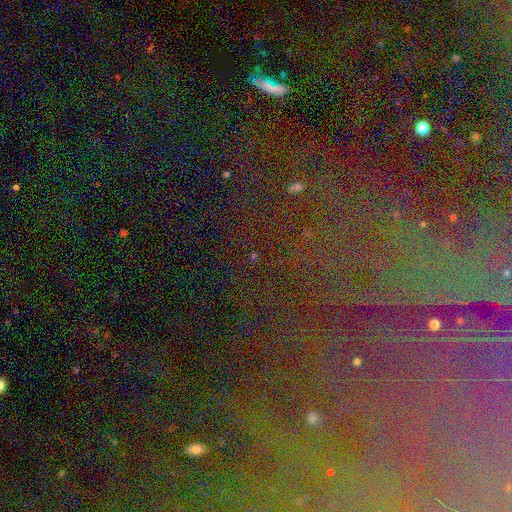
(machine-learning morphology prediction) Q: Smooth or featured?
A: star or artifact (71%); runner-up: featured or disk (16%)